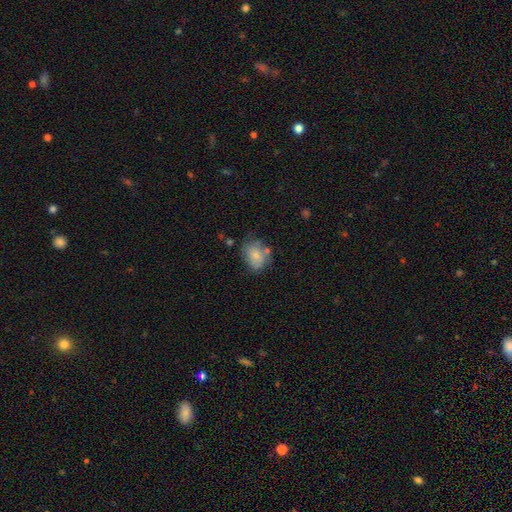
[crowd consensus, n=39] Overall: smooth (82%). How rounded: in between (53%; round 44%). Merging: none (50%; minor disturbance 33%).